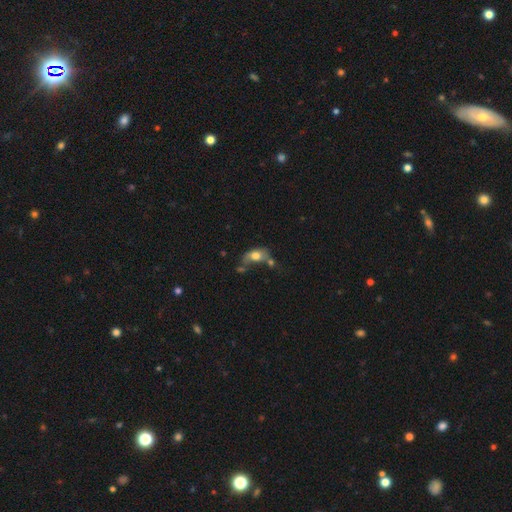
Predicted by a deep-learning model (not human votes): A smooth galaxy with no disk features (66%) that is in between round and cigar-shaped (83%).

Vote fractions:
- Smooth or featured? smooth: 66% / featured or disk: 25% / star or artifact: 9%
- How rounded? in between: 83% / round: 13% / cigar-shaped: 4%
- Merging? merger: 31% / none: 27% / major disturbance: 21% / minor disturbance: 21%